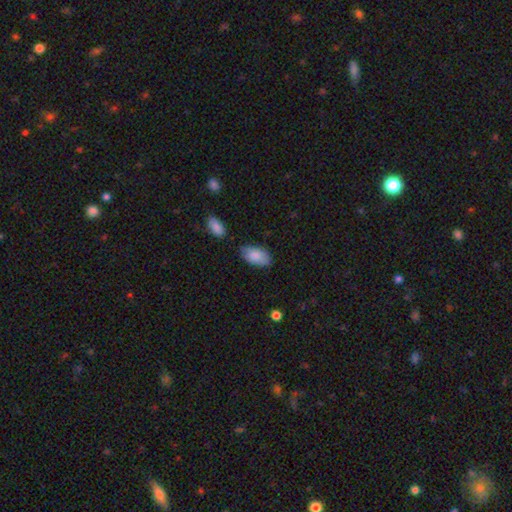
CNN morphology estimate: smooth 87%, featured or disk 7%, star or artifact 6%. Down the decision tree: how rounded — in between (95%); merging — none (72%).